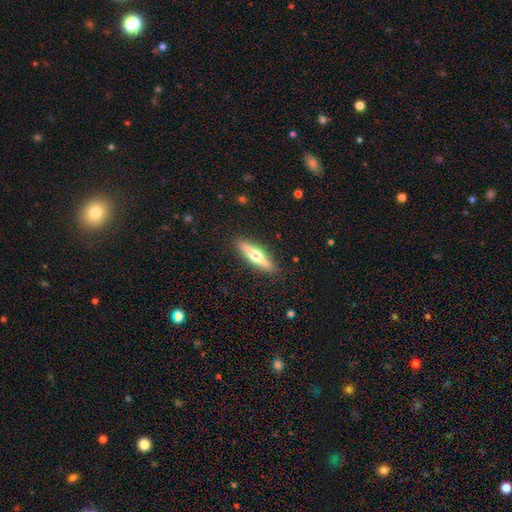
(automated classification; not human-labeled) Smooth or featured? Predicted: featured or disk (p=0.66). Edge-on disk? Predicted: yes (p=0.97). Edge-on bulge? Predicted: rounded (p=0.95). Merging? Predicted: none (p=0.91).